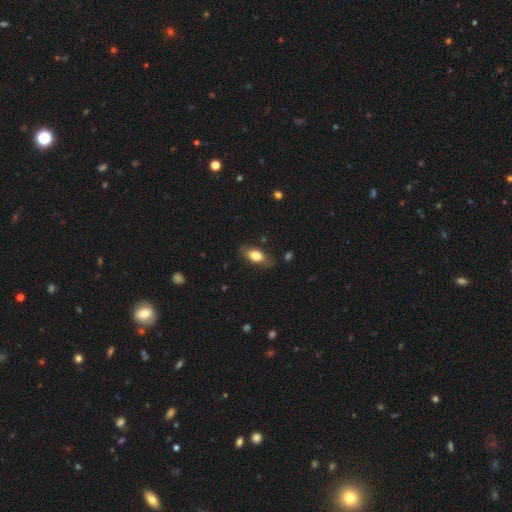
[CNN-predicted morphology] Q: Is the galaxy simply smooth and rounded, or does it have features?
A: smooth — 77%.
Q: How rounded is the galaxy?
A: in between — 86%.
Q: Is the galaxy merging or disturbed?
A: none — 79%.